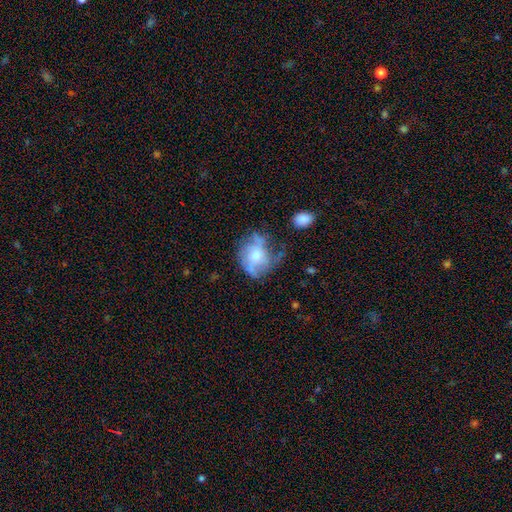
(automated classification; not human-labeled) smooth-or-featured: smooth: 47% | featured or disk: 45% | star or artifact: 9%
  merging: none: 39% | minor disturbance: 30% | major disturbance: 26% | merger: 5%